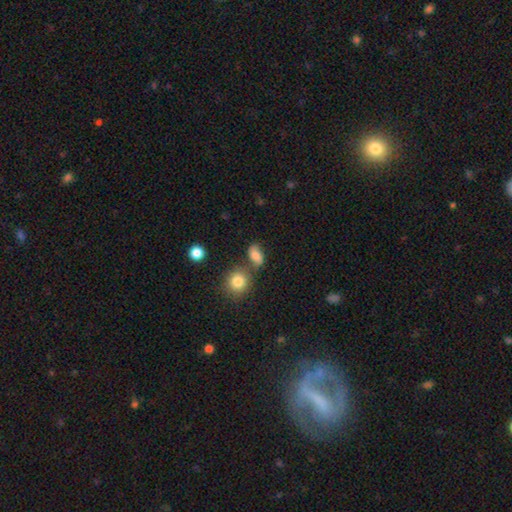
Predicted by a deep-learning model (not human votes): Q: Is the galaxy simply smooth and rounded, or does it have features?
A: smooth — 76%.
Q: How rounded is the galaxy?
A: in between — 76%.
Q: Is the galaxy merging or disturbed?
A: none — 57%.